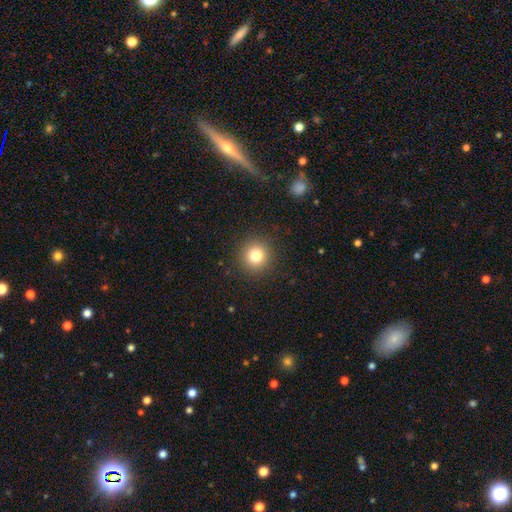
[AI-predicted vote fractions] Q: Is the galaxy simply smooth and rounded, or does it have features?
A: smooth — 80%.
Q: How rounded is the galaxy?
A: round — 94%.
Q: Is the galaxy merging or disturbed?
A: none — 91%.